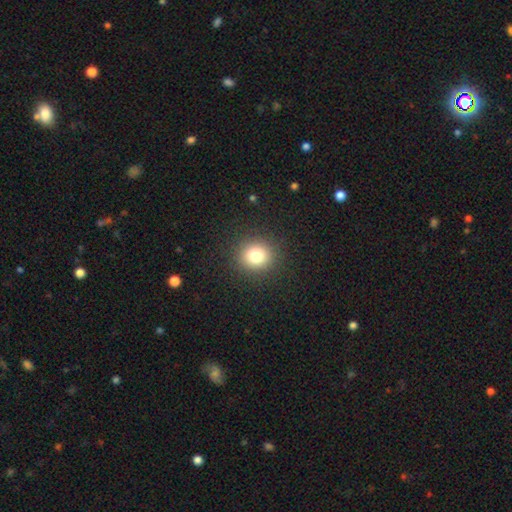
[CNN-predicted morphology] This is likely a smooth galaxy (79%). How rounded: clearly round (87%). Merging: clearly none (90%).